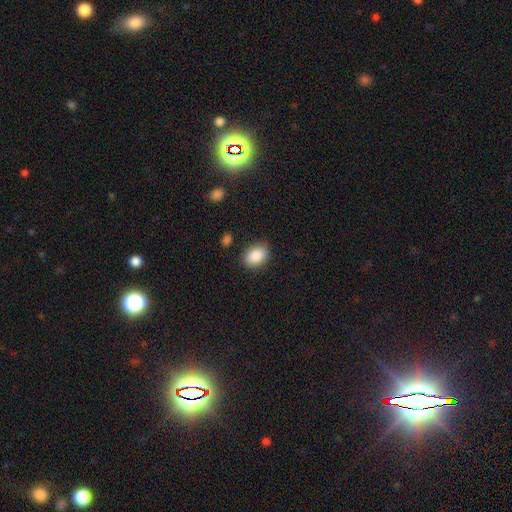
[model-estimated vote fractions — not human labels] This appears to be a smooth galaxy with no disk features (88%) that is in between round and cigar-shaped (77%). Merging: none (82%).